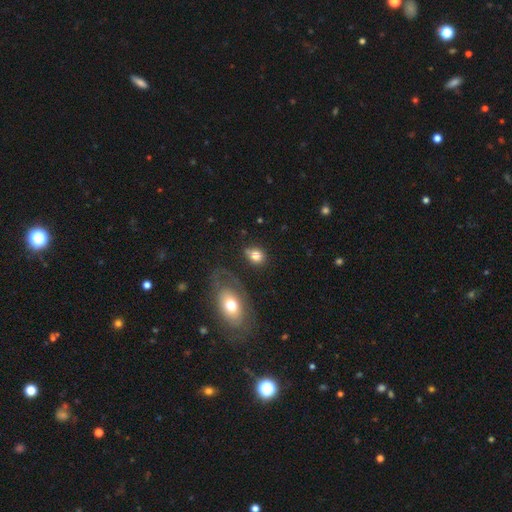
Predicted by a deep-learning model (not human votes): smooth_or_featured: smooth (p=0.78) [alt: featured or disk p=0.12]
how_rounded: round (p=0.65) [alt: in between p=0.34]
merging: none (p=0.63) [alt: minor disturbance p=0.18]